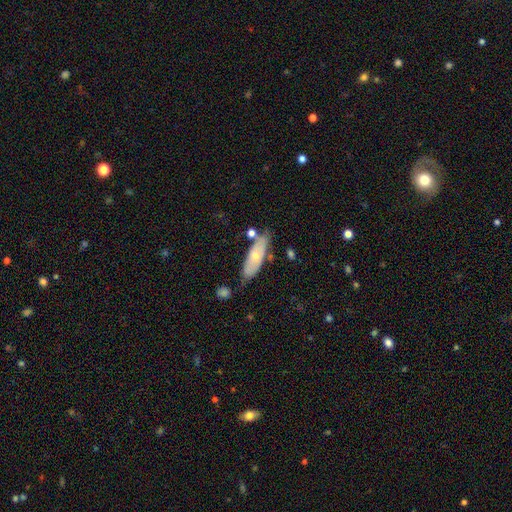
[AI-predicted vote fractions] A smooth galaxy with no disk features (55%) that is in between round and cigar-shaped (58%). Merging: none (63%).